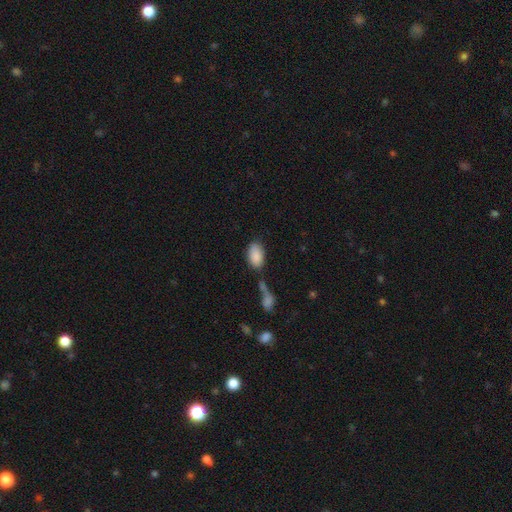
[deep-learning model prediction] Overall: smooth (88%). How rounded: in between (94%). Merging: none (62%).